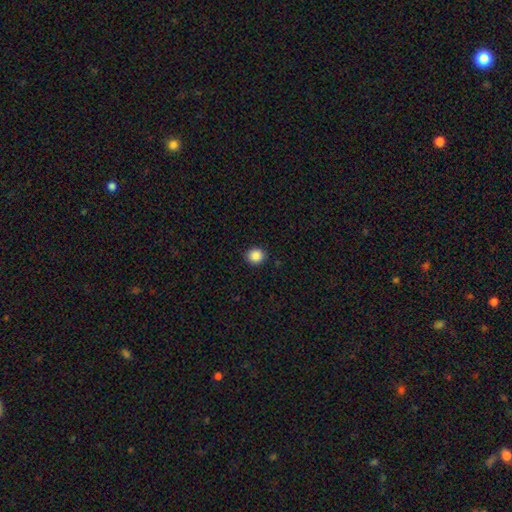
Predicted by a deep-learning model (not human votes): Smooth or featured: smooth — 88% (star or artifact — 10%)
How rounded: round — 87% (in between — 12%)
Merging: none — 91% (minor disturbance — 6%)